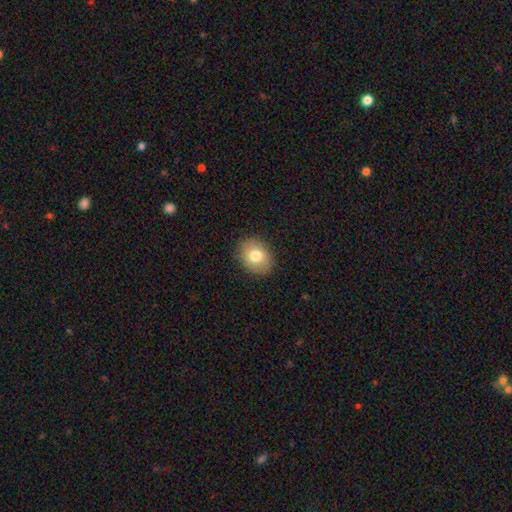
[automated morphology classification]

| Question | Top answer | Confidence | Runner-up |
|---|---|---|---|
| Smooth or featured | smooth | 78% | featured or disk (14%) |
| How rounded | in between | 52% | round (47%) |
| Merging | none | 87% | minor disturbance (10%) |